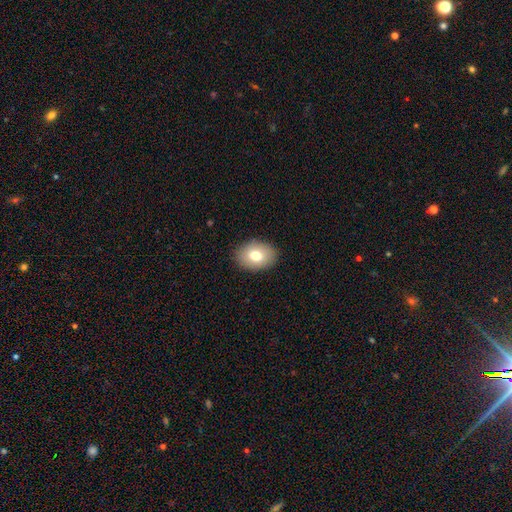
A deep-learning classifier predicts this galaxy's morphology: Overall: smooth (76%). How rounded: in between (78%). Merging: none (88%).